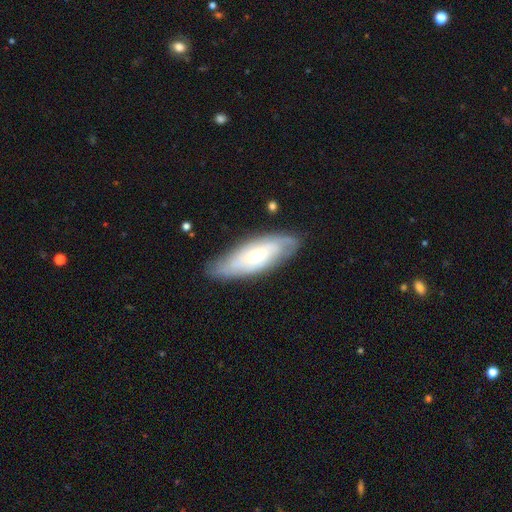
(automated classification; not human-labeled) Q: Smooth or featured?
A: featured or disk (61%); runner-up: smooth (33%)
Q: Edge-on disk?
A: no (78%); runner-up: yes (22%)
Q: Merging?
A: none (78%); runner-up: minor disturbance (17%)